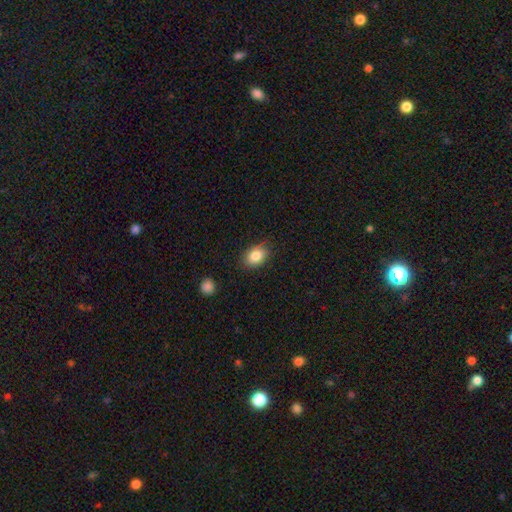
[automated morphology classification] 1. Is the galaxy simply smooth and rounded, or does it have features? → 84% smooth, 8% star or artifact, 8% featured or disk.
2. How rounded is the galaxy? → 77% in between, 21% round, 1% cigar-shaped.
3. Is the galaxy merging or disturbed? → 80% none, 16% minor disturbance, 3% major disturbance, 1% merger.